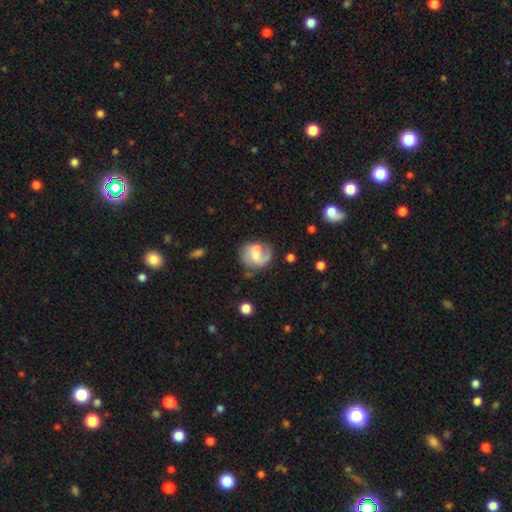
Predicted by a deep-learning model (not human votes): Smooth or featured? featured or disk (57%)
Edge-on disk? no (98%)
Bar? no (50%)
Spiral arms? yes (78%)
Bulge size? small (36%)
Merging? none (46%)